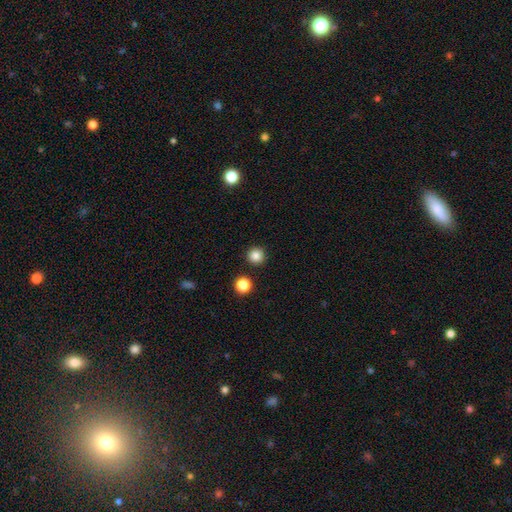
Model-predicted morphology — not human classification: This appears to be a smooth galaxy with no disk features (85%) that is round (96%). Merging: none (91%).